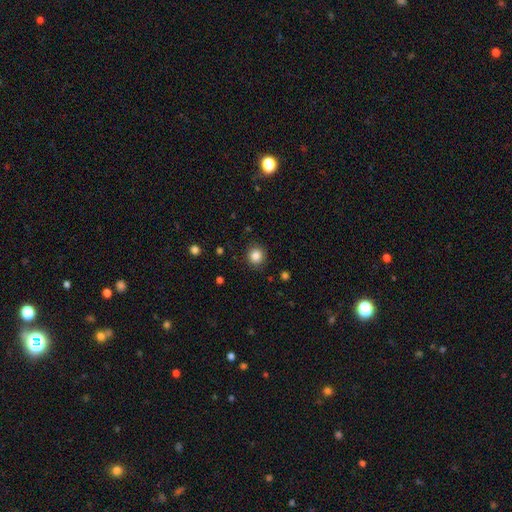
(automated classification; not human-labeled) Smooth or featured? smooth (84%)
How rounded? round (90%)
Merging? none (89%)